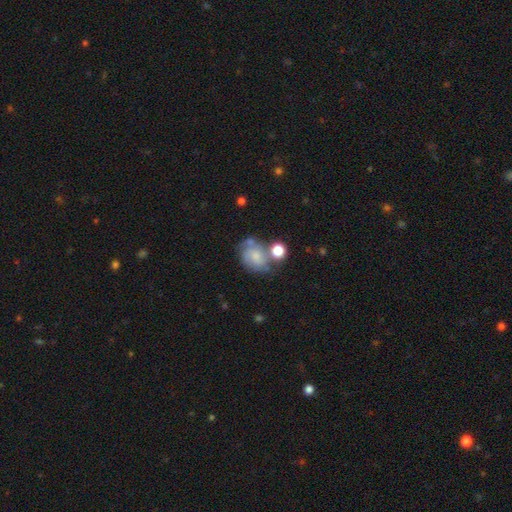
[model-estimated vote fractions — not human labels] Smooth or featured? smooth (48%)
Merging? none (41%)